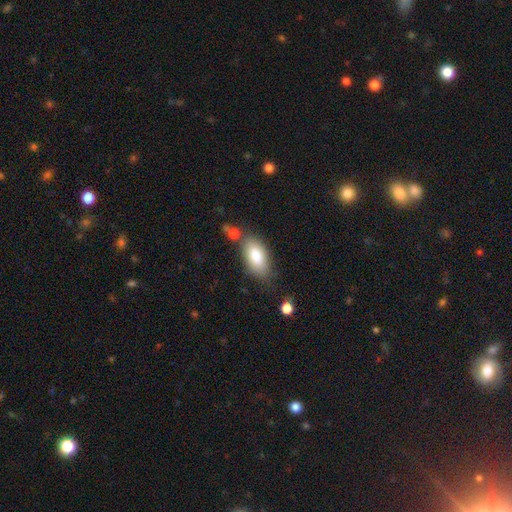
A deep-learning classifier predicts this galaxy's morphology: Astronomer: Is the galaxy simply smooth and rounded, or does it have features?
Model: smooth — 83%.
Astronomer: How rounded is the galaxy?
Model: in between — 92%.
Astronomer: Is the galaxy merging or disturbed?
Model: none — 69%.